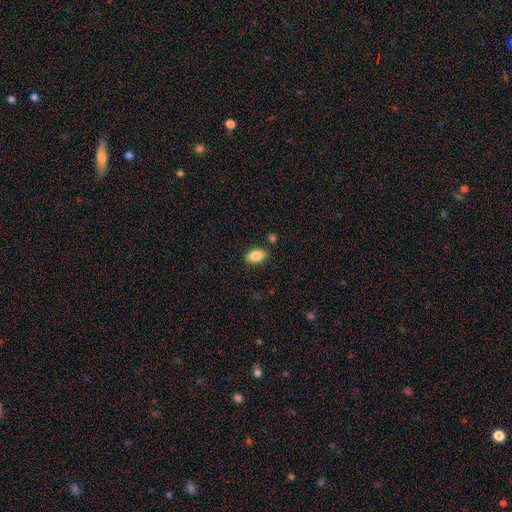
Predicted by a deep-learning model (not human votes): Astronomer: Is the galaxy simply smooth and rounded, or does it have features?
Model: smooth — 86%.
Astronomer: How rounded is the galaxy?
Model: in between — 90%.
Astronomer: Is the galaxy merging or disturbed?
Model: none — 83%.